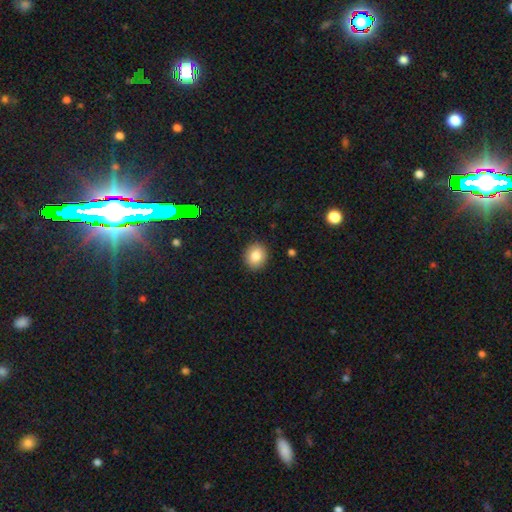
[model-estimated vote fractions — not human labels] The model was most divided on "how rounded": round: 73%, in between: 26%, cigar-shaped: 1%. More confident: merging — none (90%); smooth or featured — smooth (83%).